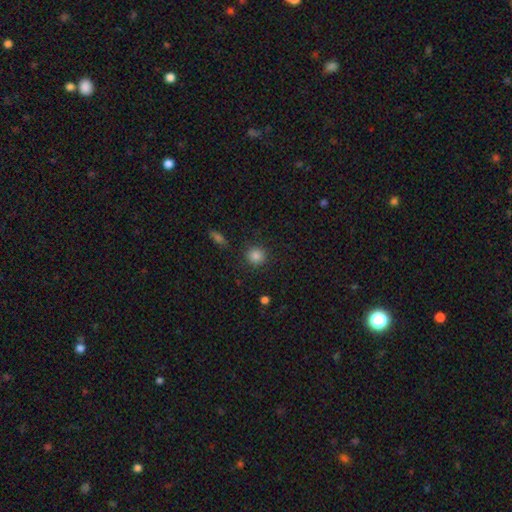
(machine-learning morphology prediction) smooth 85%, star or artifact 11%, featured or disk 4%. Down the decision tree: how rounded — round (92%); merging — none (87%).